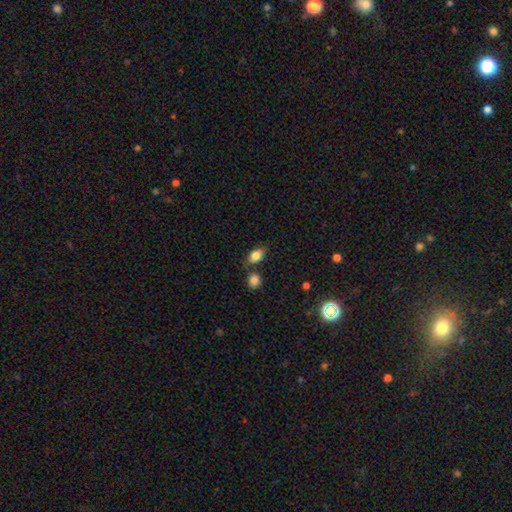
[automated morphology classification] A smooth galaxy with no disk features (82%) that is in between round and cigar-shaped (83%). Merging: none (68%).